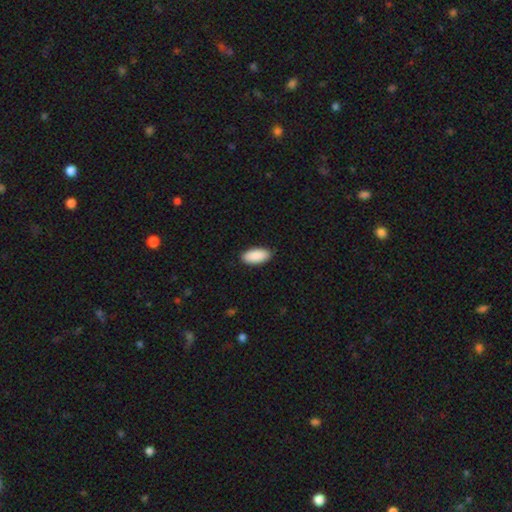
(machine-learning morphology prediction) smooth_or_featured: smooth (p=0.91) [alt: star or artifact p=0.06]
how_rounded: in between (p=0.93) [alt: cigar-shaped p=0.05]
merging: none (p=0.87) [alt: minor disturbance p=0.10]